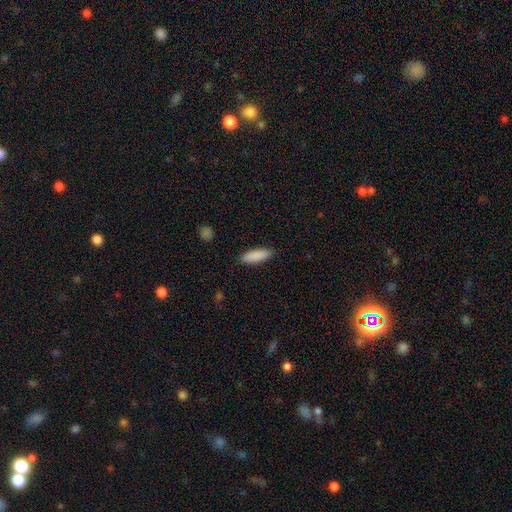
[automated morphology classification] Smooth or featured? Predicted: smooth (p=0.89). How rounded? Predicted: in between (p=0.51). Merging? Predicted: none (p=0.88).